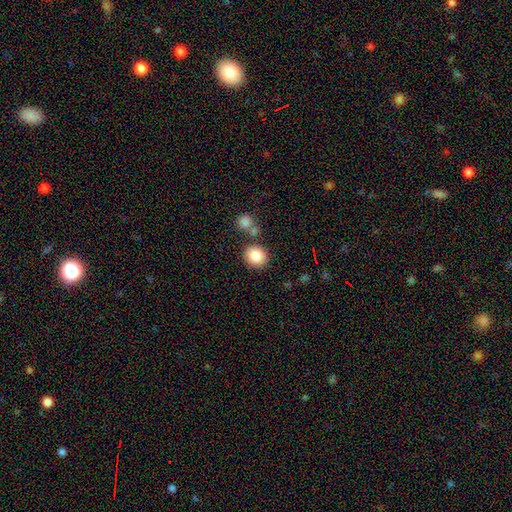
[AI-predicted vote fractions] The model was most divided on "how rounded": round: 79%, in between: 20%, cigar-shaped: 1%. More confident: smooth or featured — smooth (85%); merging — none (76%).